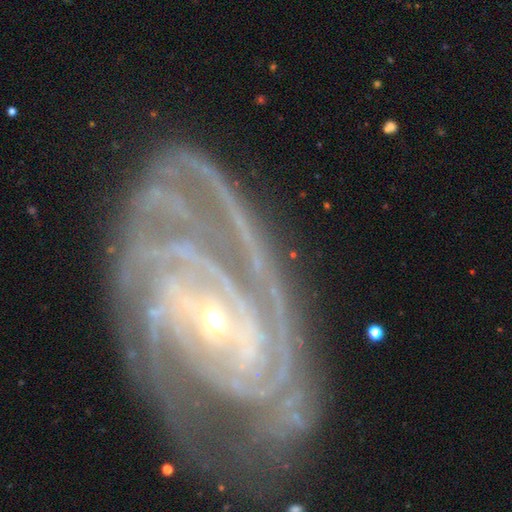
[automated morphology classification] Smooth or featured: featured or disk — 91% (star or artifact — 5%)
Edge-on disk: no — 96% (yes — 4%)
Bar: no — 42% (weak — 31%)
Spiral arms: yes — 98% (no — 2%)
Spiral winding: tight — 68% (medium — 26%)
Spiral arm count: 2 — 28% (3 — 24%)
Bulge size: small — 76% (moderate — 20%)
Merging: none — 61% (minor disturbance — 21%)